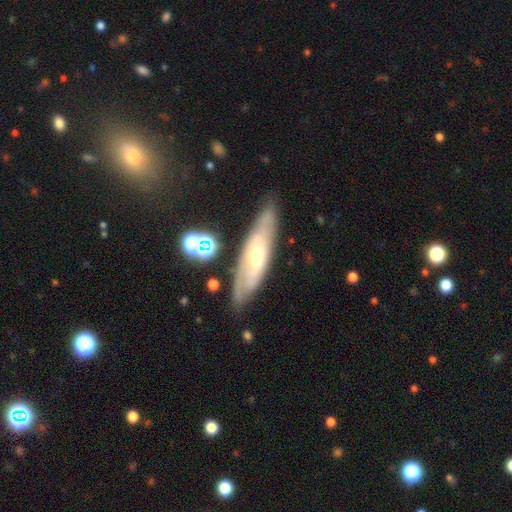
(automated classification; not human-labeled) Smooth or featured? Predicted: featured or disk (p=0.70). Edge-on disk? Predicted: no (p=0.65). Merging? Predicted: none (p=0.77).